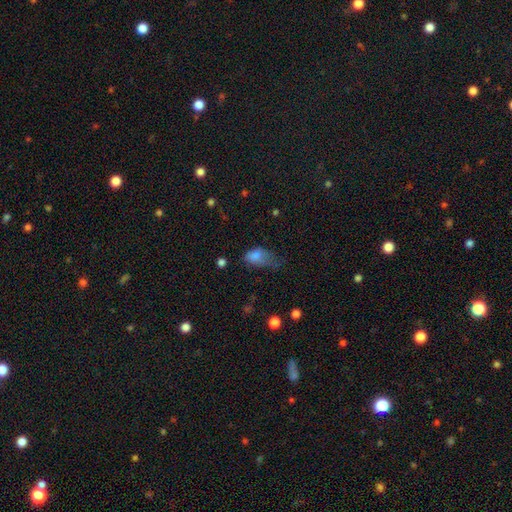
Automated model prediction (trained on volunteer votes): The model was most divided on "merging": major disturbance: 41%, minor disturbance: 36%, none: 20%, merger: 3%. More confident: how rounded — in between (87%); smooth or featured — smooth (77%).